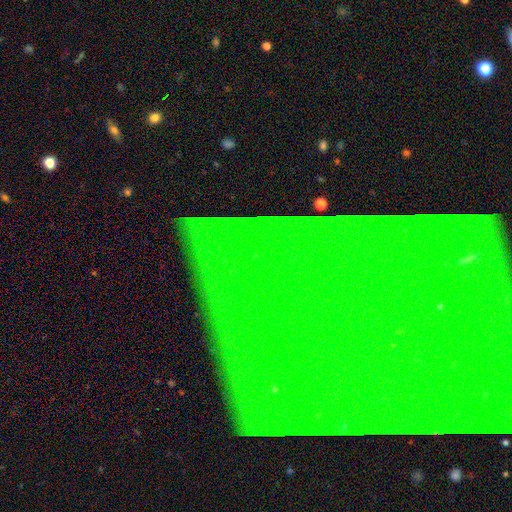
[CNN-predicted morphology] This is clearly a star or artifact rather than a galaxy (84%).